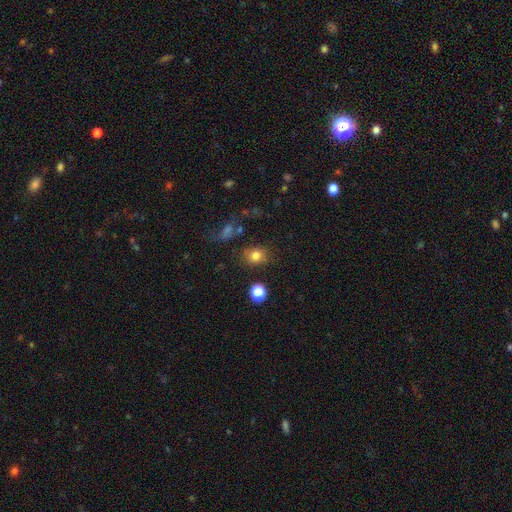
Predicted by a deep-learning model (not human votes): The model was most divided on "how rounded": round: 58%, in between: 41%, cigar-shaped: 1%. More confident: smooth or featured — smooth (78%); merging — none (77%).